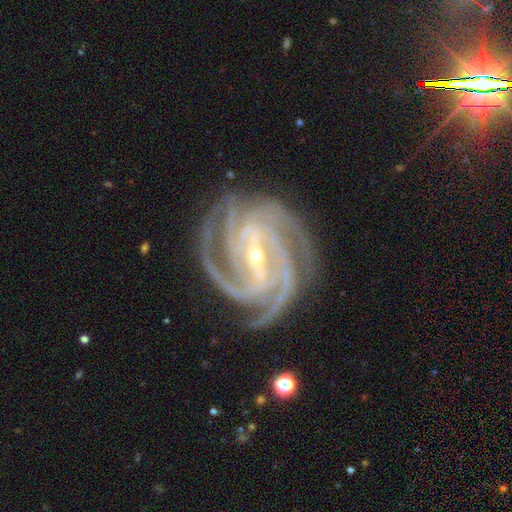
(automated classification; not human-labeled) This appears to be a featured or disk galaxy (94%) with a strong bar (68%), 4 (47%) tight (72%) spiral arms (99%) and a small central bulge (69%). Merging: none (81%).